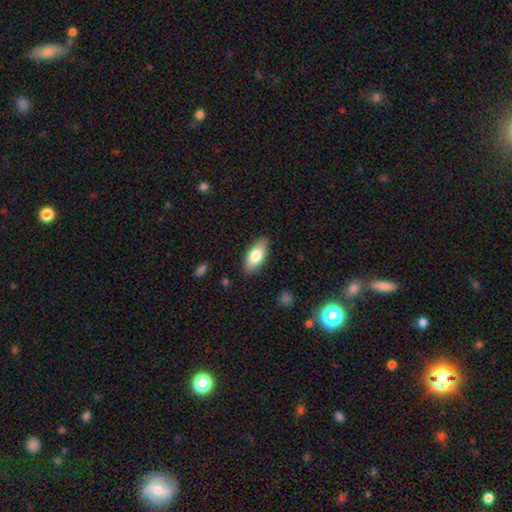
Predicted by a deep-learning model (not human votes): Morphology: type=smooth (77%); roundness=in between (86%); merging=none (86%).